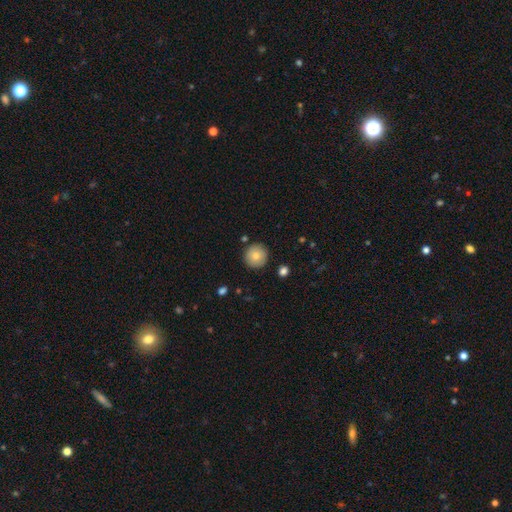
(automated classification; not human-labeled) A smooth galaxy with no disk features (81%) that is round (95%). Merging: none (89%).